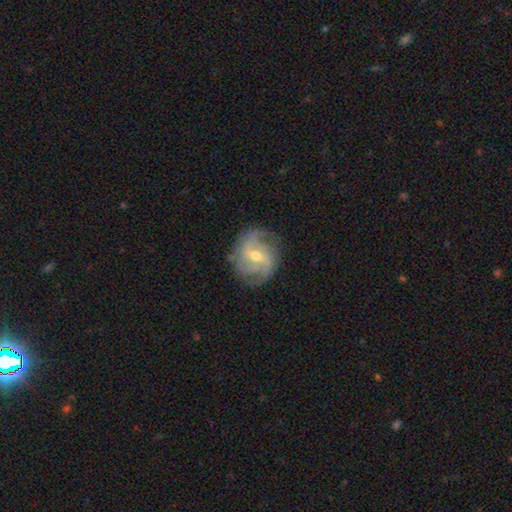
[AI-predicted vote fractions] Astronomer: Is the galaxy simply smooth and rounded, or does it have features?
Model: featured or disk — 86%.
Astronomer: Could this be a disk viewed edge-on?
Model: no — 97%.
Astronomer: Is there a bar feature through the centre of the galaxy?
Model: weak — 52%.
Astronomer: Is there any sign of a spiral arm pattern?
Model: yes — 95%.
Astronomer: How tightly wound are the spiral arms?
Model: medium — 45% (runner-up: tight, 37%).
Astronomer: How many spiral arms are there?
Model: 2 — 43% (runner-up: 3, 26%).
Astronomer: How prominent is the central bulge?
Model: moderate — 64%.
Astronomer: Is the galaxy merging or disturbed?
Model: none — 76%.